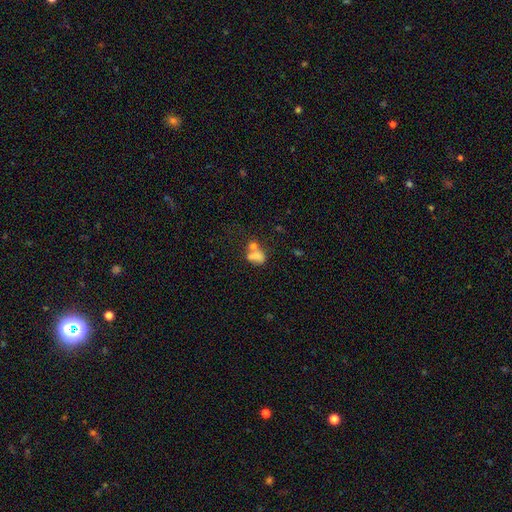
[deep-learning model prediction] Smooth or featured? smooth (69%)
How rounded? in between (70%)
Merging? merger (45%)